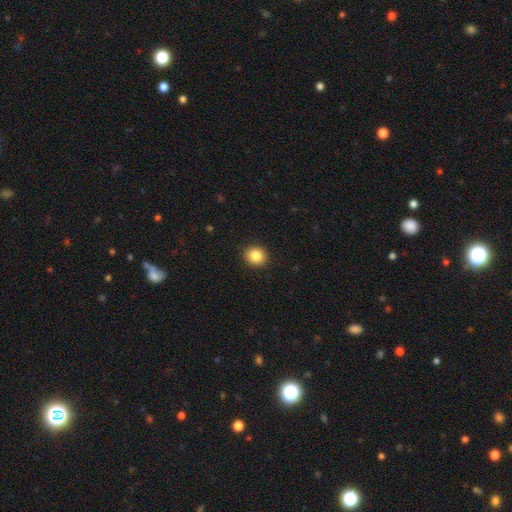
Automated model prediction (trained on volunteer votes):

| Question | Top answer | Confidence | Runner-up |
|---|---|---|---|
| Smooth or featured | smooth | 85% | star or artifact (10%) |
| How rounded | round | 79% | in between (20%) |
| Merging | none | 92% | minor disturbance (6%) |